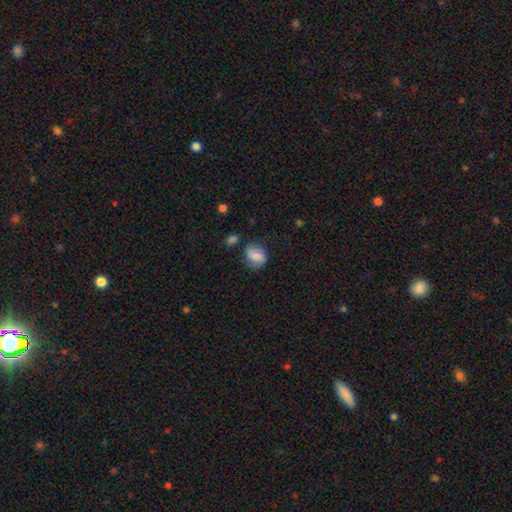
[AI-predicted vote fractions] smooth-or-featured: smooth: 71% | featured or disk: 20% | star or artifact: 9%
  how-rounded: round: 54% | in between: 44% | cigar-shaped: 1%
  merging: none: 63% | minor disturbance: 24% | major disturbance: 9% | merger: 4%